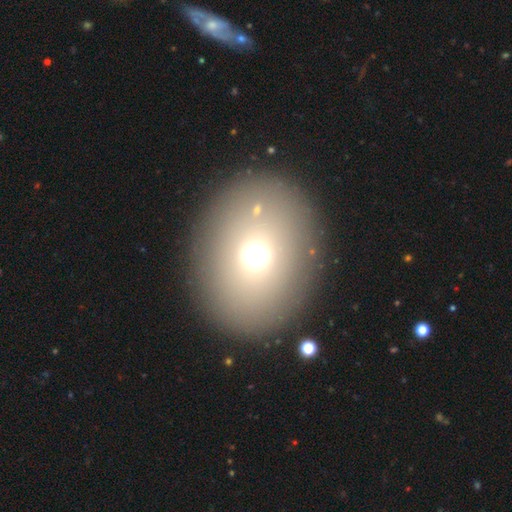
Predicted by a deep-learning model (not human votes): smooth 66%, featured or disk 17%, star or artifact 17%. Down the decision tree: how rounded — in between (59%); merging — none (84%).